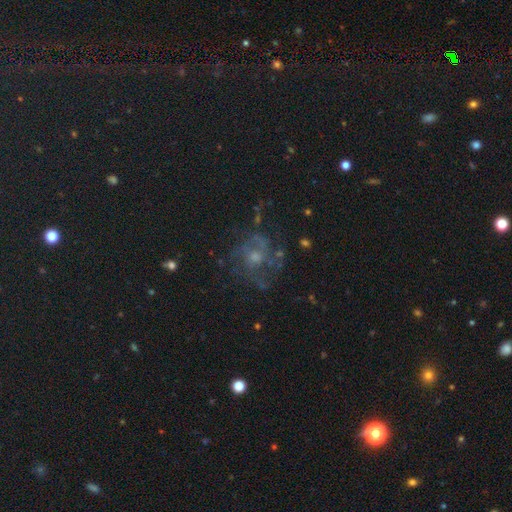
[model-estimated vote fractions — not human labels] Overall: featured or disk (63%). Edge-on disk: no (97%). Bar: no (78%). Spiral arms: yes (69%; no 31%). Bulge size: moderate (51%; small 37%). Merging: none (60%).